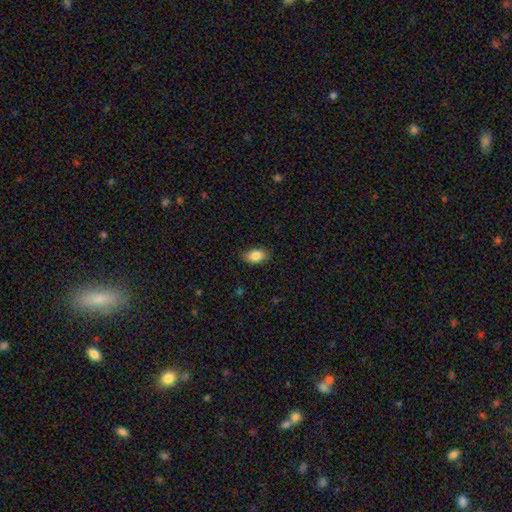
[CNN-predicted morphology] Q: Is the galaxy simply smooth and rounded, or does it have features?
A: smooth — 86%.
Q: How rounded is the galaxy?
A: in between — 89%.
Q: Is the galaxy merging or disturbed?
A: none — 82%.